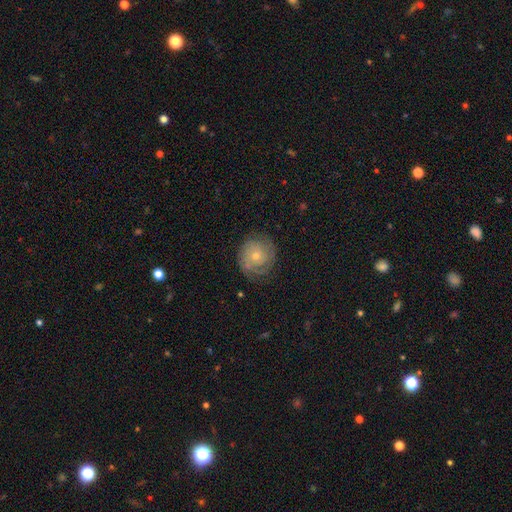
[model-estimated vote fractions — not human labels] Smooth or featured?
  - featured or disk: 67% *
  - smooth: 23%
  - star or artifact: 9%
Edge-on disk?
  - no: 97% *
  - yes: 3%
Bar?
  - no: 81% *
  - weak: 16%
  - strong: 3%
Spiral arms?
  - yes: 90% *
  - no: 10%
Spiral winding?
  - tight: 69% *
  - medium: 24%
  - loose: 7%
Spiral arm count?
  - can't tell: 36% *
  - 2: 33%
  - 3: 14%
  - 1: 6%
  - 4: 6%
  - more than 4: 5%
Bulge size?
  - small: 57% *
  - moderate: 39%
  - large: 2%
  - none: 1%
  - dominant: 1%
Merging?
  - none: 78% *
  - minor disturbance: 15%
  - major disturbance: 6%
  - merger: 1%